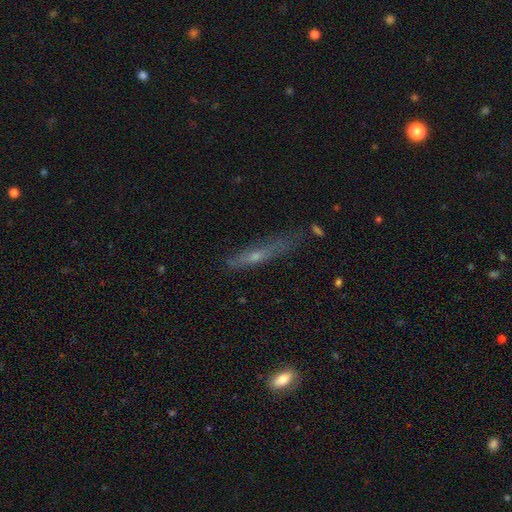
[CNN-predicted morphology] This is possibly a featured or disk galaxy (49%). Merging: likely none (65%).